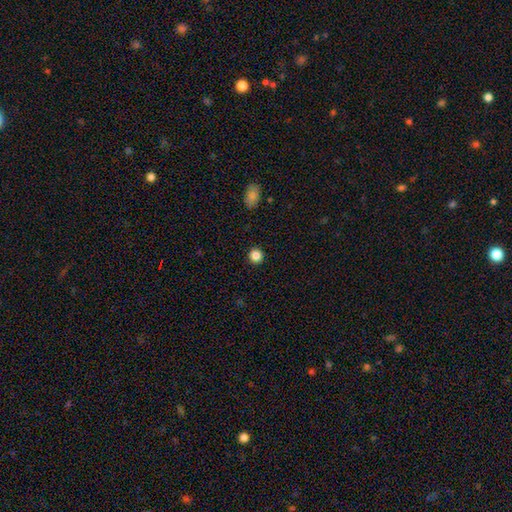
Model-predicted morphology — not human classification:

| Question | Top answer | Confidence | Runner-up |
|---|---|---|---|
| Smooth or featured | smooth | 85% | star or artifact (11%) |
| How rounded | round | 94% | in between (5%) |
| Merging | none | 93% | minor disturbance (5%) |